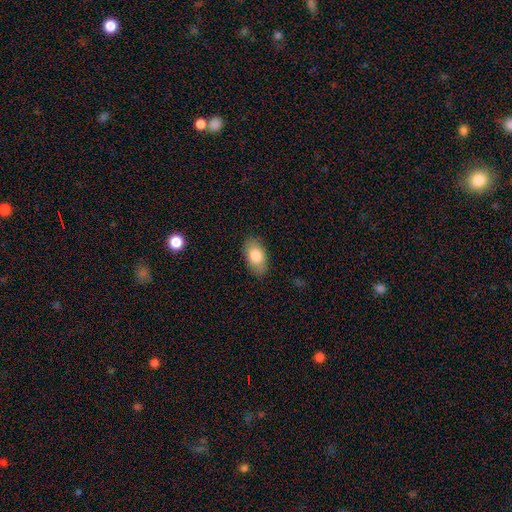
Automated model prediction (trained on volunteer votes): A smooth galaxy with no disk features (82%) that is in between round and cigar-shaped (93%). Merging: none (85%).